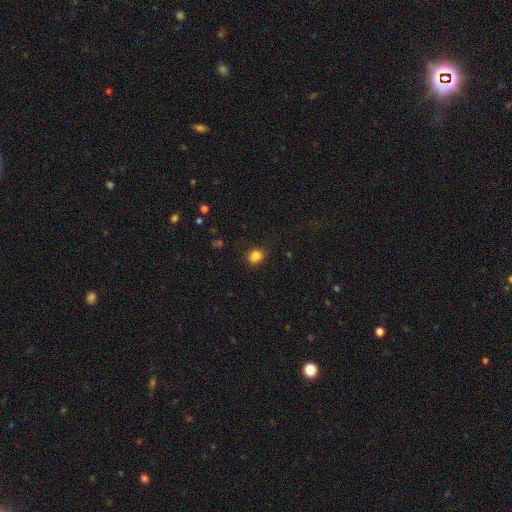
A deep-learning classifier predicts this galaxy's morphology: type=smooth (83%); roundness=round (56%); merging=none (77%).